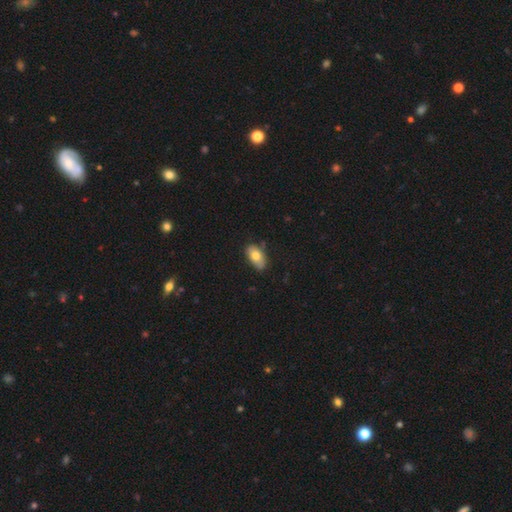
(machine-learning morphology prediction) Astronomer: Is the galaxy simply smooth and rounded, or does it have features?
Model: smooth — 74%.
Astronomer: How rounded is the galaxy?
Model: in between — 91%.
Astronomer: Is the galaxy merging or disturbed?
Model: none — 76%.